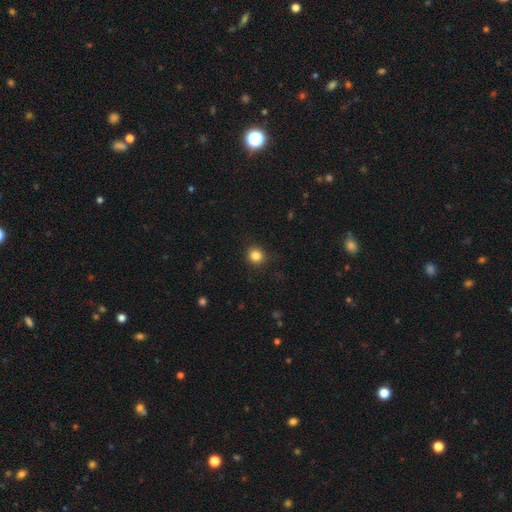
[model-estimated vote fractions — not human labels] This appears to be a smooth galaxy with no disk features (84%) that is round (92%). Merging: none (90%).